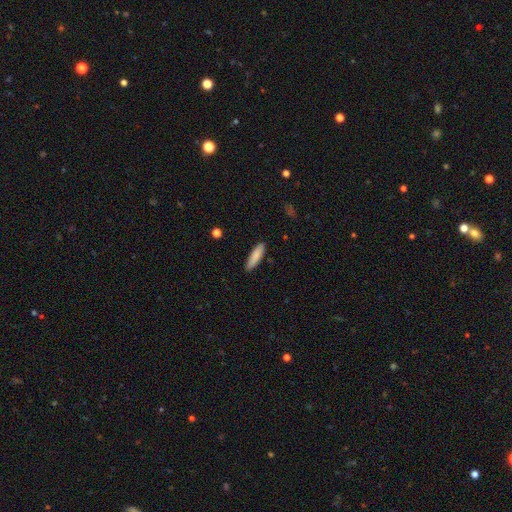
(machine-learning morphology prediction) Smooth or featured?
  - smooth: 85% *
  - featured or disk: 9%
  - star or artifact: 6%
How rounded?
  - cigar-shaped: 69% *
  - in between: 30%
  - round: 1%
Merging?
  - none: 87% *
  - minor disturbance: 10%
  - major disturbance: 2%
  - merger: 1%